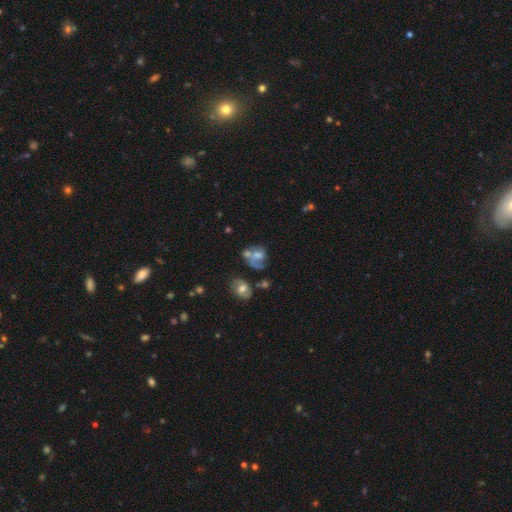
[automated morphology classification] Smooth or featured?
  - featured or disk: 48% *
  - smooth: 40%
  - star or artifact: 12%
Merging?
  - merger: 30% *
  - major disturbance: 28%
  - none: 26%
  - minor disturbance: 17%